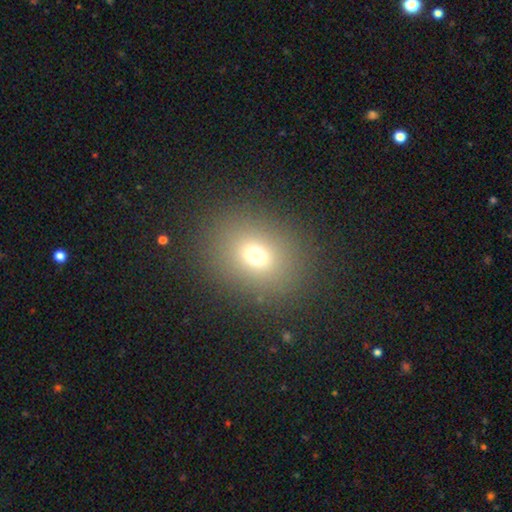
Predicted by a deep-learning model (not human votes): Overall: smooth (69%). How rounded: round (56%; in between 42%). Merging: none (86%).